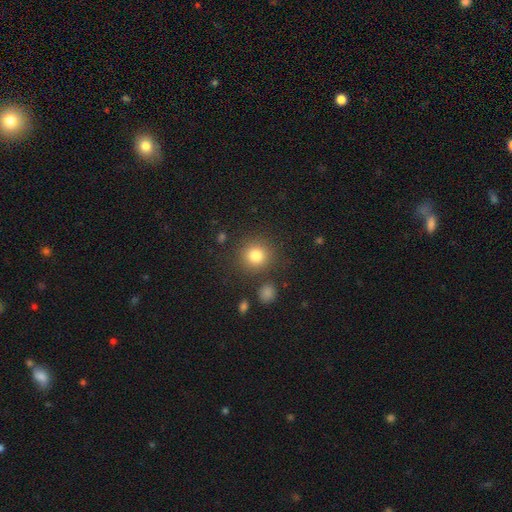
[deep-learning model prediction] Q: Smooth or featured?
A: smooth (82%); runner-up: star or artifact (12%)
Q: How rounded?
A: round (90%); runner-up: in between (9%)
Q: Merging?
A: none (83%); runner-up: minor disturbance (8%)